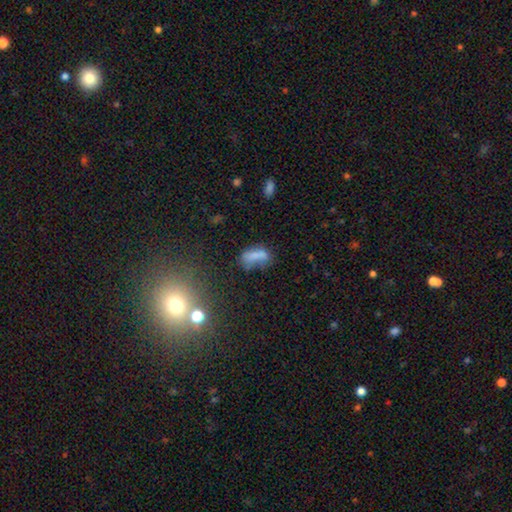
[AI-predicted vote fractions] Smooth or featured?
  - smooth: 68% *
  - featured or disk: 18%
  - star or artifact: 14%
How rounded?
  - in between: 75% *
  - cigar-shaped: 20%
  - round: 5%
Merging?
  - none: 35% *
  - minor disturbance: 26%
  - major disturbance: 23%
  - merger: 16%